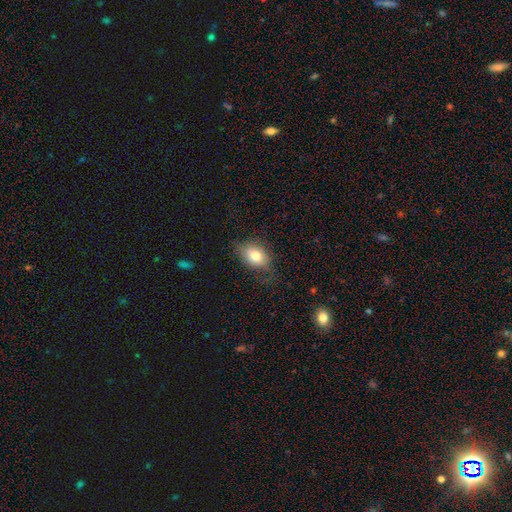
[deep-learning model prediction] Smooth or featured: smooth — 75% (featured or disk — 16%)
How rounded: in between — 80% (round — 18%)
Merging: none — 65% (minor disturbance — 25%)